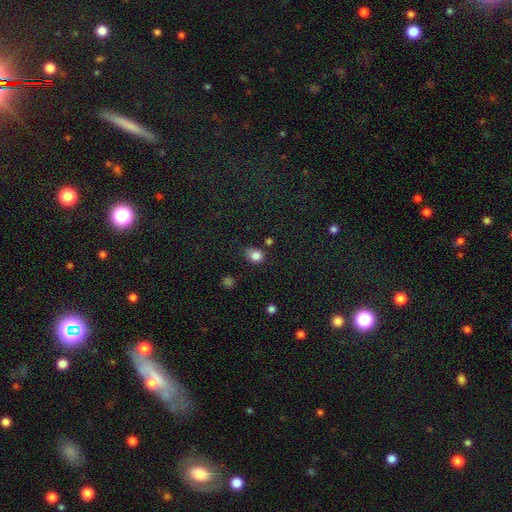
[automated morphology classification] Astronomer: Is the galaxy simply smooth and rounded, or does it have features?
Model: smooth — 83%.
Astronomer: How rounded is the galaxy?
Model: round — 63%.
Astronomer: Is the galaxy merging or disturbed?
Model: none — 59%.